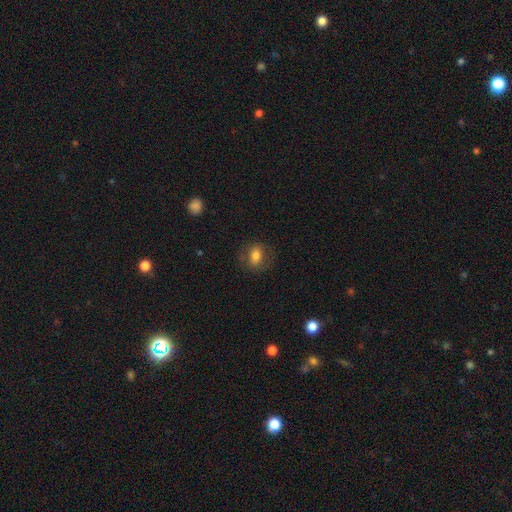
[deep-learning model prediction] Morphology: type=smooth (73%); roundness=in between (63%); merging=none (77%).